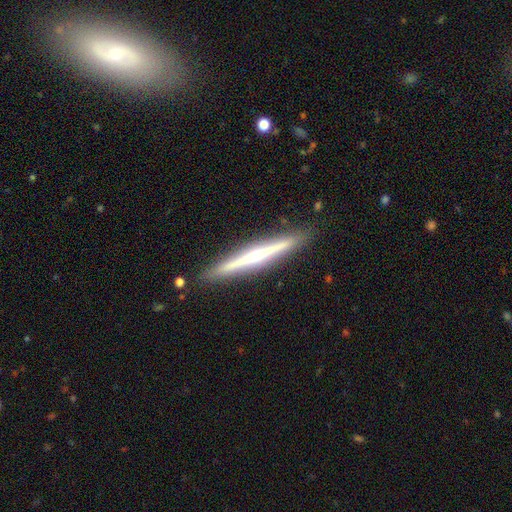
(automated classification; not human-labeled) A featured or disk galaxy (66%) viewed edge-on (98%) with no central bulge (47%). Merging: none (91%).